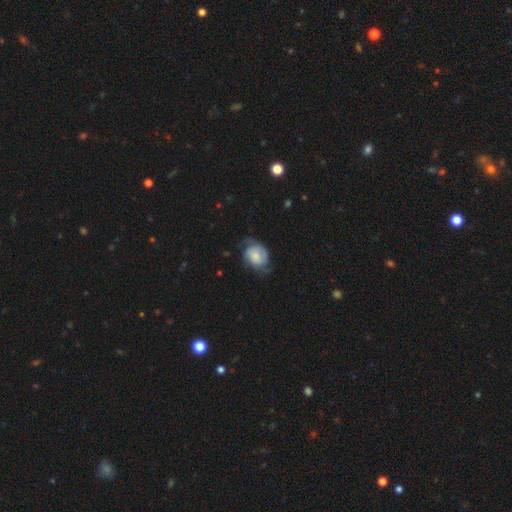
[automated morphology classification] Overall: featured or disk (54%; smooth 39%). Edge-on disk: no (97%). Bar: no (73%). Spiral arms: yes (86%). Bulge size: small (32%; moderate 31%). Merging: none (52%; minor disturbance 30%).